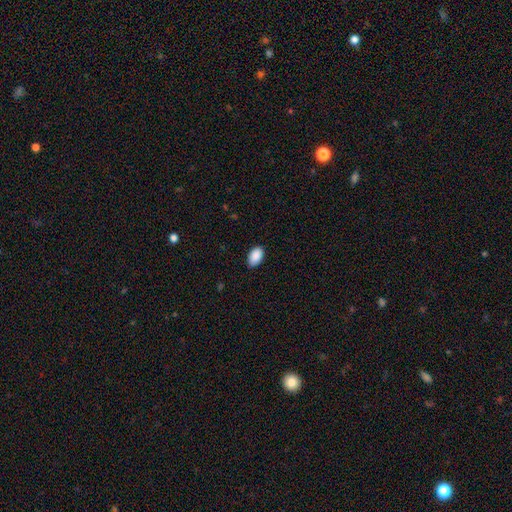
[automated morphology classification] smooth_or_featured: smooth (p=0.90) [alt: star or artifact p=0.07]
how_rounded: in between (p=0.92) [alt: round p=0.07]
merging: none (p=0.85) [alt: minor disturbance p=0.12]